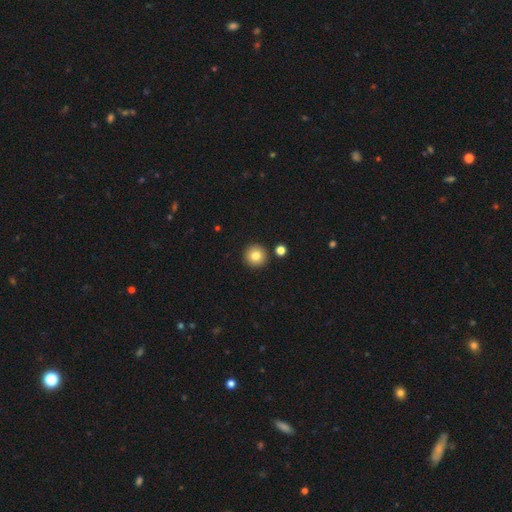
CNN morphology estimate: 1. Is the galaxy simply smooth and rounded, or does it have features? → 82% smooth, 10% star or artifact, 8% featured or disk.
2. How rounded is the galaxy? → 95% round, 4% in between, 1% cigar-shaped.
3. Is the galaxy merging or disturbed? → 90% none, 5% minor disturbance, 4% merger, 2% major disturbance.